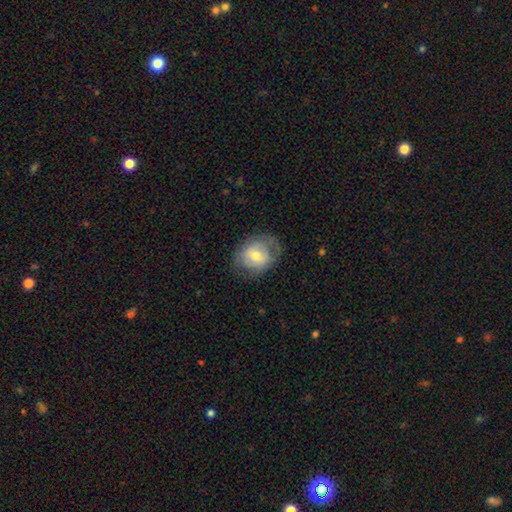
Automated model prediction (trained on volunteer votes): This appears to be a smooth galaxy with no disk features (62%) that is in between round and cigar-shaped (50%). Merging: none (61%).